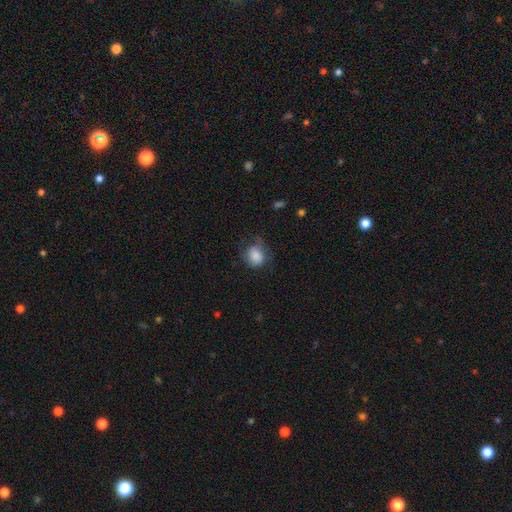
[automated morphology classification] This appears to be a smooth galaxy with no disk features (77%) that is round (64%). Merging: none (49%).